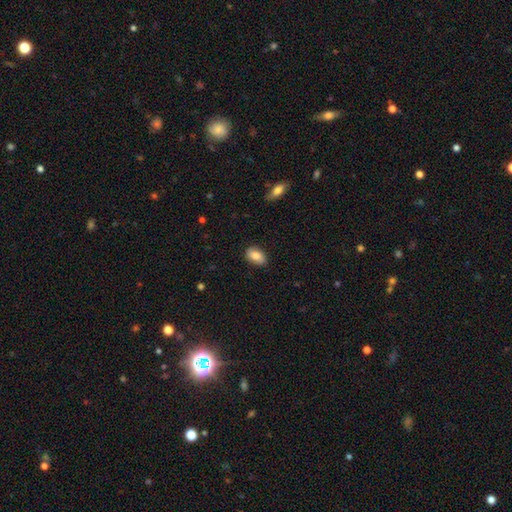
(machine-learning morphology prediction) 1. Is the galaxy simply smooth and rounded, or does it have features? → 82% smooth, 11% featured or disk, 7% star or artifact.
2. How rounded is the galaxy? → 90% in between, 8% round, 2% cigar-shaped.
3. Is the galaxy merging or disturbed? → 81% none, 15% minor disturbance, 3% major disturbance, 1% merger.